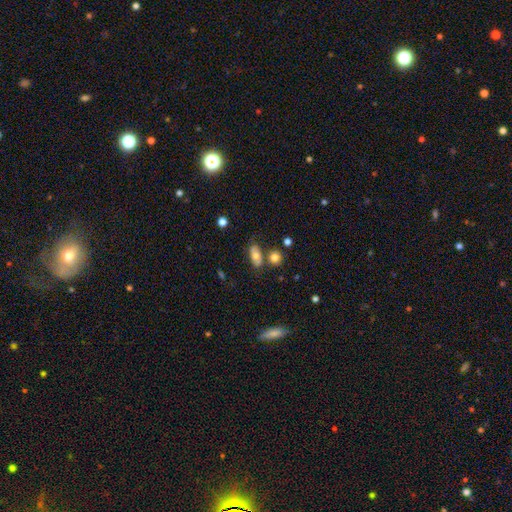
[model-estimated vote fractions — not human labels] This appears to be a smooth galaxy with no disk features (71%) that is in between round and cigar-shaped (83%). Merging: none (60%).